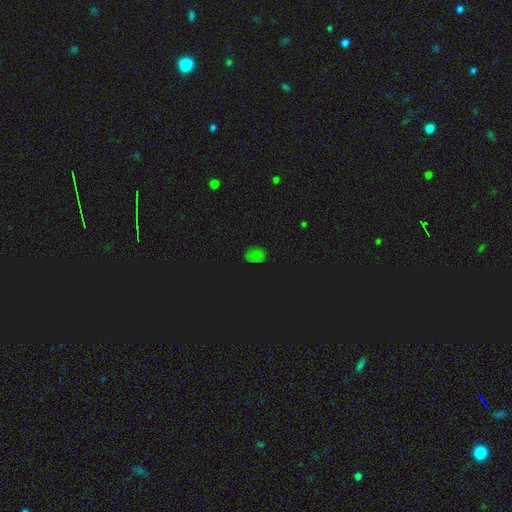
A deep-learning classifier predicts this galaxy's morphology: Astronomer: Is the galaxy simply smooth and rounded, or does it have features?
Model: smooth — 47%, tied with star or artifact at 47%.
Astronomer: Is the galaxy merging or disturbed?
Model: none — 79%.